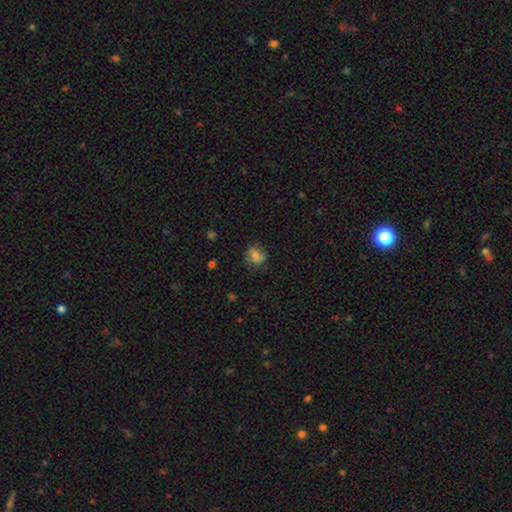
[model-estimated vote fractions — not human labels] Morphology: type=smooth (63%); roundness=round (63%); merging=none (72%).